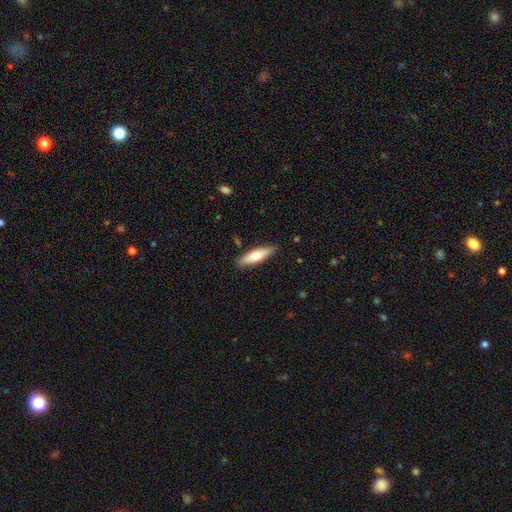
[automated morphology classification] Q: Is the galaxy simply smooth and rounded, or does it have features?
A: smooth — 64%.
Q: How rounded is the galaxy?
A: cigar-shaped — 64%.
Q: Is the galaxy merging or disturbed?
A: none — 88%.